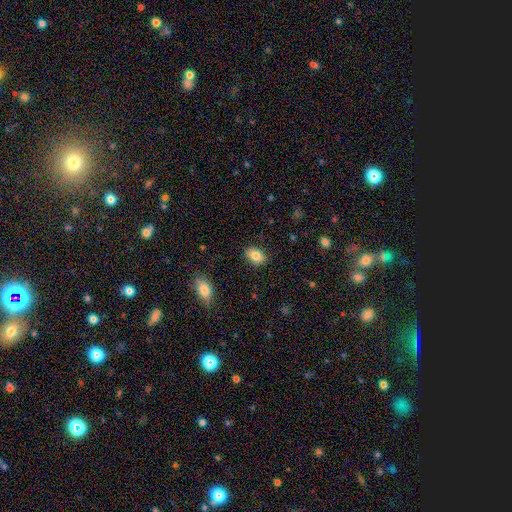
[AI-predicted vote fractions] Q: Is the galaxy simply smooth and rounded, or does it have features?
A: smooth — 84%.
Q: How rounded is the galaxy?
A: in between — 83%.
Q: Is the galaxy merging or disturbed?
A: none — 86%.